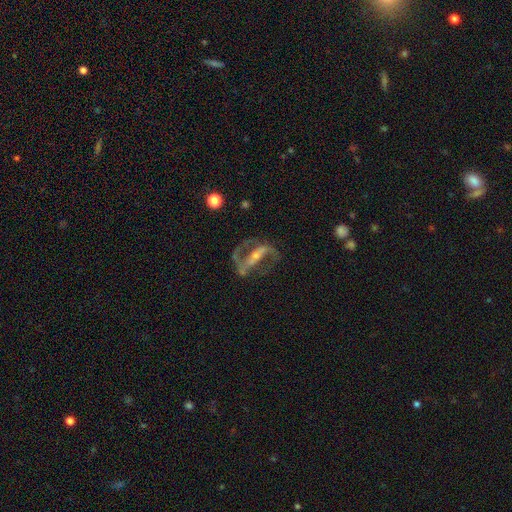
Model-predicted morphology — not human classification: Smooth or featured? Predicted: featured or disk (p=0.87). Edge-on disk? Predicted: no (p=0.92). Bar? Predicted: strong (p=0.65). Spiral arms? Predicted: yes (p=0.91). Spiral winding? Predicted: medium (p=0.46). Spiral arm count? Predicted: 2 (p=0.88). Bulge size? Predicted: small (p=0.65). Merging? Predicted: none (p=0.60).